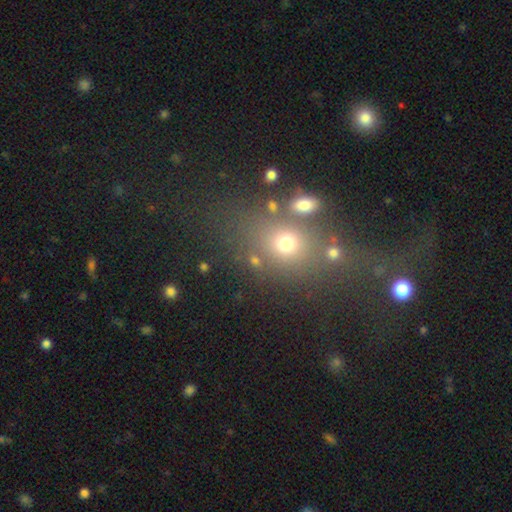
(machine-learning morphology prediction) This appears to be a smooth galaxy with no disk features (54%) that is round (52%). Merging: none (55%).